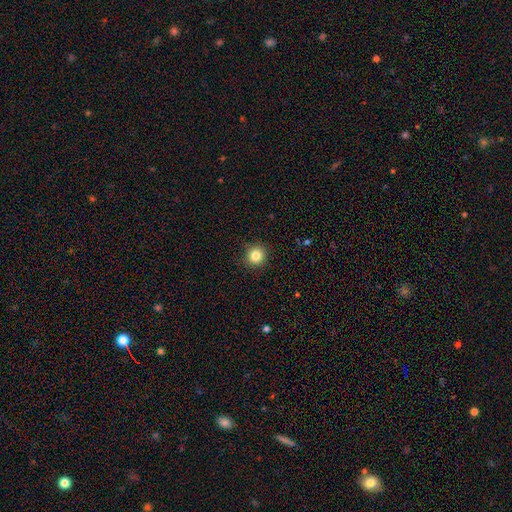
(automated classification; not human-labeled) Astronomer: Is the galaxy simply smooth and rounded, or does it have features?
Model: smooth — 83%.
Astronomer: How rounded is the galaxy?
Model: round — 93%.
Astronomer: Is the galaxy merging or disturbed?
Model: none — 91%.